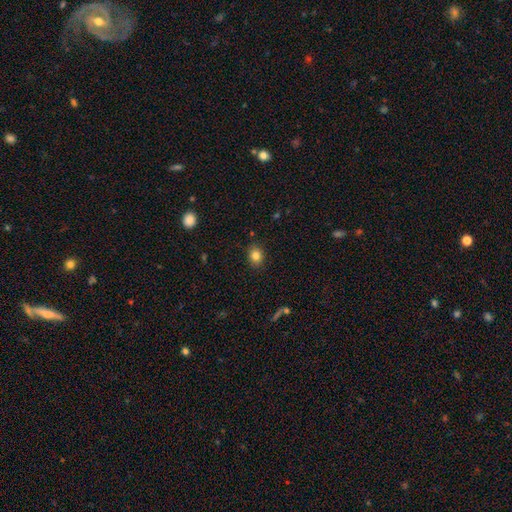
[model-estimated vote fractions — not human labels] Q: Smooth or featured?
A: smooth (83%); runner-up: star or artifact (11%)
Q: How rounded?
A: round (54%); runner-up: in between (45%)
Q: Merging?
A: none (87%); runner-up: minor disturbance (9%)